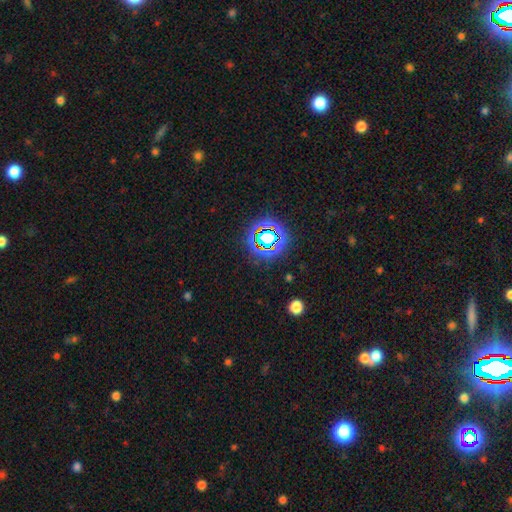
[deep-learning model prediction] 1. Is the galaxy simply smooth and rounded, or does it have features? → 67% star or artifact, 25% smooth, 8% featured or disk.